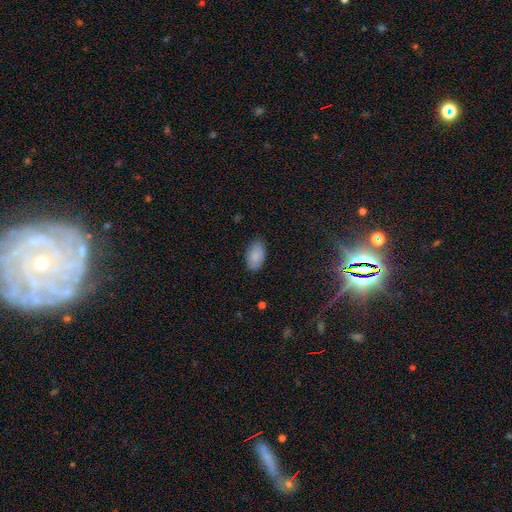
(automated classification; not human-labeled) Smooth or featured? Predicted: smooth (p=0.85). How rounded? Predicted: in between (p=0.94). Merging? Predicted: none (p=0.81).